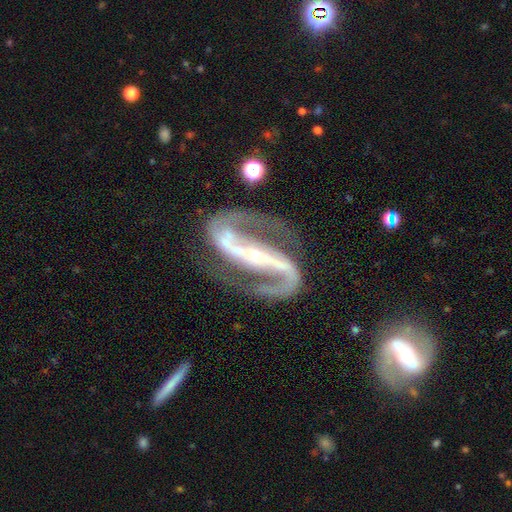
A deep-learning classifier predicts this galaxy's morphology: Smooth or featured? featured or disk (94%)
Edge-on disk? no (96%)
Bar? strong (80%)
Spiral arms? yes (98%)
Spiral winding? medium (56%)
Spiral arm count? 2 (95%)
Bulge size? small (77%)
Merging? none (77%)